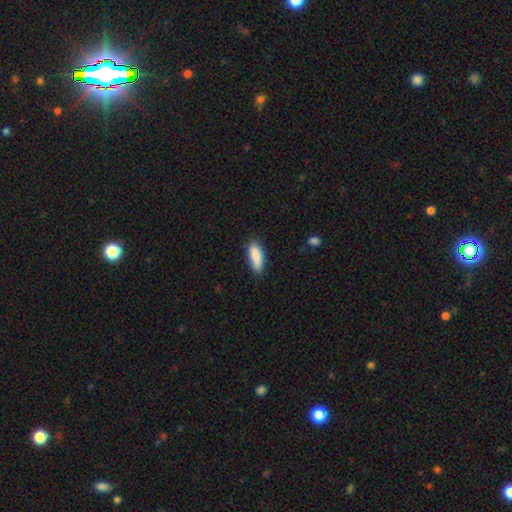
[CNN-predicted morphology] Smooth or featured? smooth (88%)
How rounded? in between (68%)
Merging? none (81%)